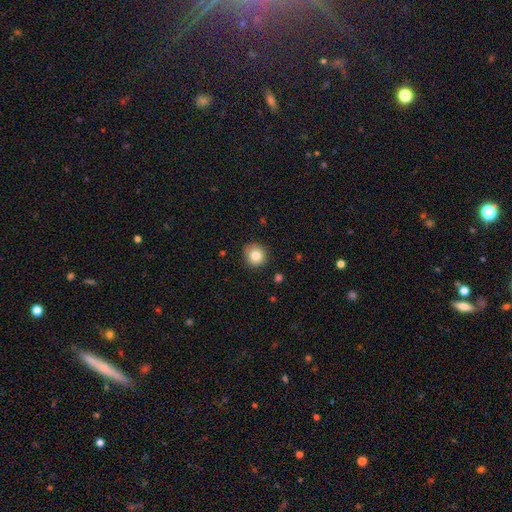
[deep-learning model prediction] A smooth galaxy with no disk features (83%) that is round (92%).

Vote fractions:
- Smooth or featured? smooth: 83% / star or artifact: 10% / featured or disk: 7%
- How rounded? round: 92% / in between: 7% / cigar-shaped: 1%
- Merging? none: 88% / minor disturbance: 9% / major disturbance: 2% / merger: 1%